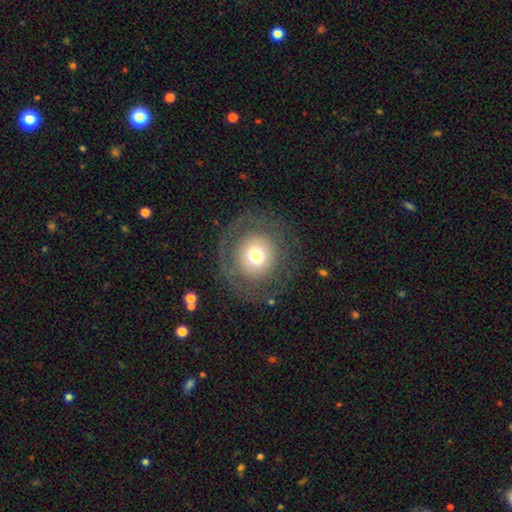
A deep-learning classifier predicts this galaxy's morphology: A smooth galaxy with no disk features (50%). Merging: none (73%).